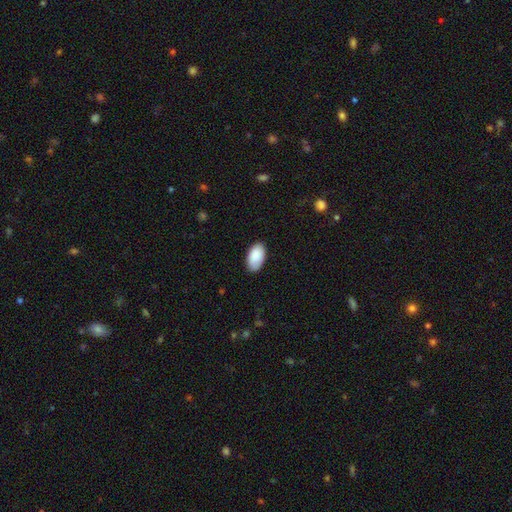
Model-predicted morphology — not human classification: A smooth galaxy with no disk features (89%) that is in between round and cigar-shaped (96%).

Vote fractions:
- Smooth or featured? smooth: 89% / star or artifact: 6% / featured or disk: 5%
- How rounded? in between: 96% / round: 3% / cigar-shaped: 1%
- Merging? none: 83% / minor disturbance: 14% / major disturbance: 2% / merger: 1%